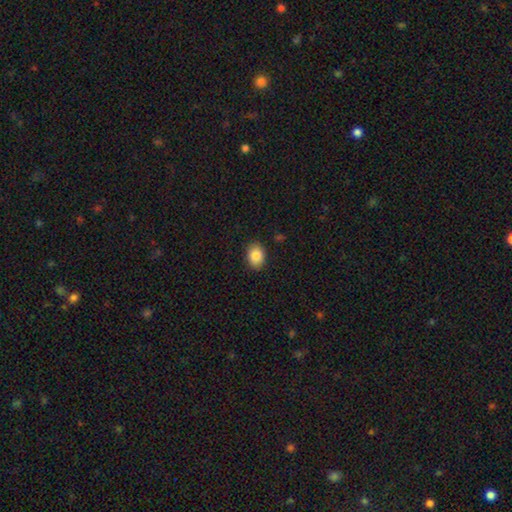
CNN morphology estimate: A smooth galaxy with no disk features (87%) that is in between round and cigar-shaped (69%).

Vote fractions:
- Smooth or featured? smooth: 87% / star or artifact: 8% / featured or disk: 5%
- How rounded? in between: 69% / round: 30% / cigar-shaped: 1%
- Merging? none: 88% / minor disturbance: 9% / major disturbance: 2% / merger: 1%